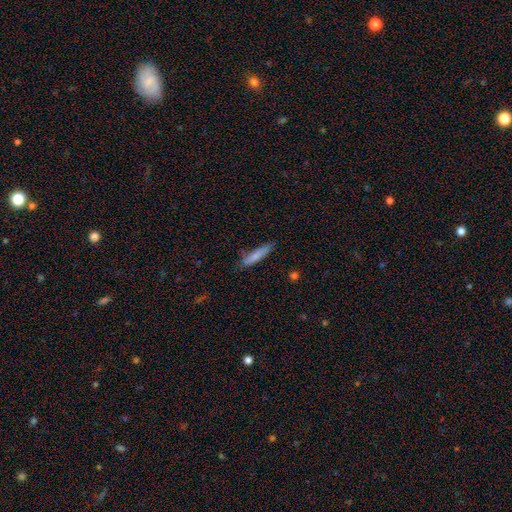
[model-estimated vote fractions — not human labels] Smooth or featured: smooth — 75% (featured or disk — 18%)
How rounded: cigar-shaped — 82% (in between — 16%)
Merging: none — 72% (minor disturbance — 21%)